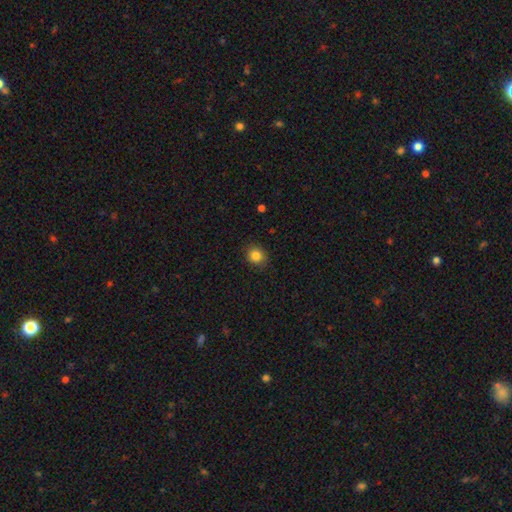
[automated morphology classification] smooth_or_featured: smooth (p=0.84) [alt: star or artifact p=0.11]
how_rounded: round (p=0.78) [alt: in between p=0.21]
merging: none (p=0.88) [alt: minor disturbance p=0.09]